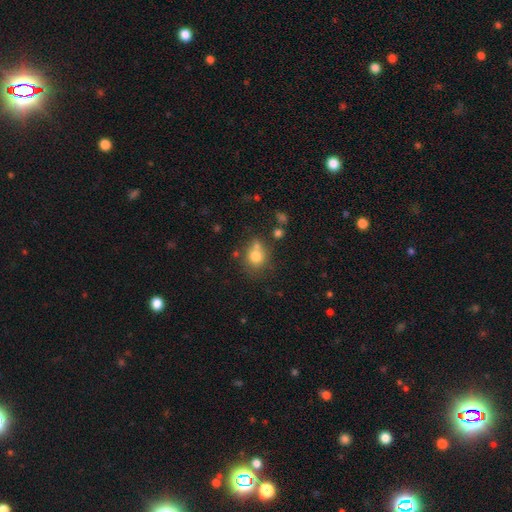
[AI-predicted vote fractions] Overall: smooth (76%). How rounded: round (76%). Merging: none (54%; merger 26%).